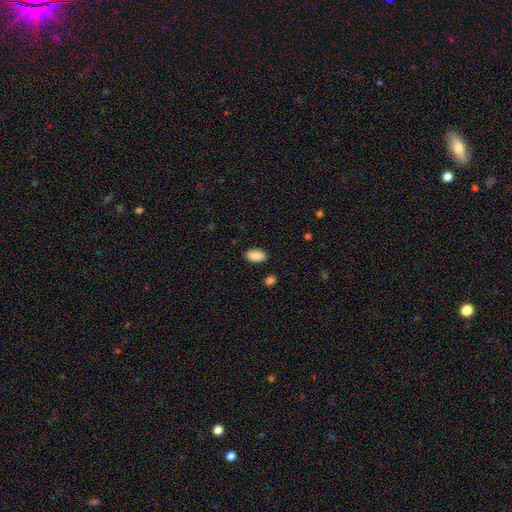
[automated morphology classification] type=smooth (89%); roundness=in between (94%); merging=none (87%).